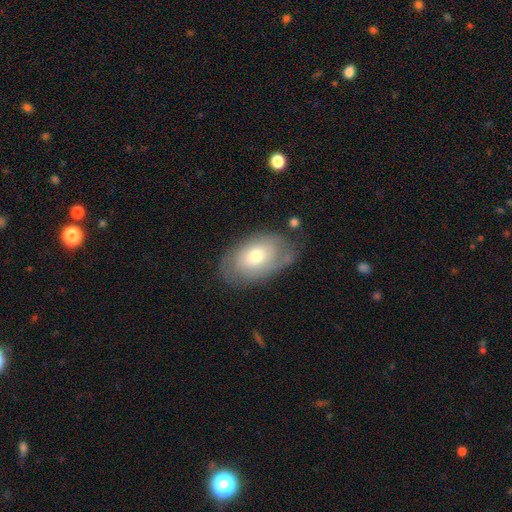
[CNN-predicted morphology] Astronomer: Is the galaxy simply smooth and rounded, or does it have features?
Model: smooth — 51% (runner-up: featured or disk, 42%).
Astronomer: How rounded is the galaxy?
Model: in between — 88%.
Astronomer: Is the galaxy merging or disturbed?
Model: none — 66%.